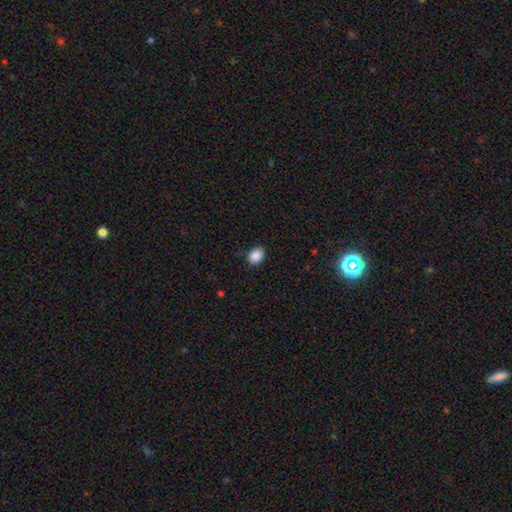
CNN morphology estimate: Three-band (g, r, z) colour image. It shows a smooth galaxy with no disk features (89%) that is in between round and cigar-shaped (62%). Merging: none (87%).